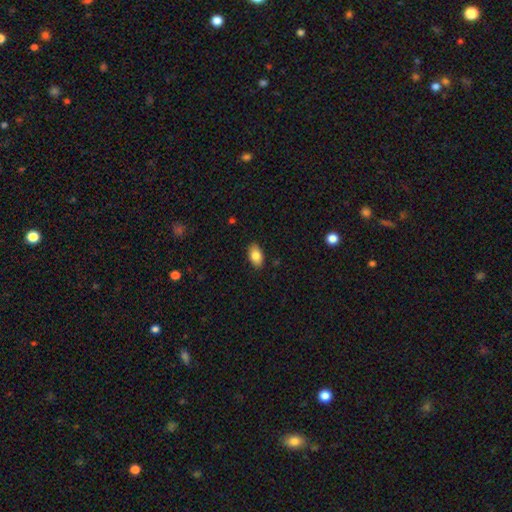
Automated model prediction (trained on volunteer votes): Smooth or featured?
  - smooth: 85% *
  - featured or disk: 8%
  - star or artifact: 7%
How rounded?
  - in between: 92% *
  - round: 6%
  - cigar-shaped: 2%
Merging?
  - none: 88% *
  - minor disturbance: 9%
  - major disturbance: 2%
  - merger: 1%